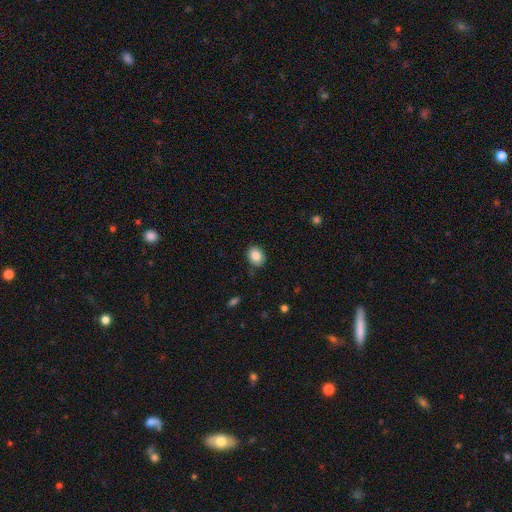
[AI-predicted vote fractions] A smooth galaxy with no disk features (84%) that is in between round and cigar-shaped (58%).

Vote fractions:
- Smooth or featured? smooth: 84% / star or artifact: 9% / featured or disk: 7%
- How rounded? in between: 58% / round: 41% / cigar-shaped: 1%
- Merging? none: 83% / minor disturbance: 13% / major disturbance: 3% / merger: 2%